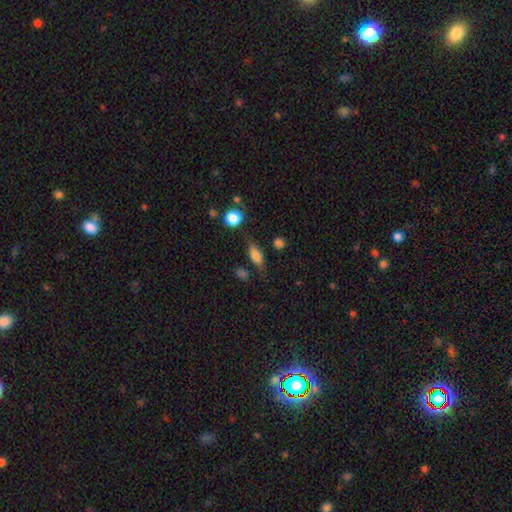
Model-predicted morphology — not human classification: Smooth or featured: smooth — 73% (featured or disk — 18%)
How rounded: in between — 68% (cigar-shaped — 25%)
Merging: none — 73% (minor disturbance — 18%)